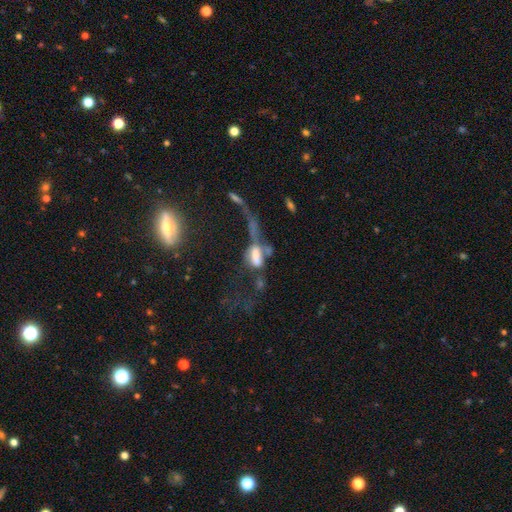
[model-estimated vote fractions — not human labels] The model was most divided on "merging": merger: 43%, major disturbance: 38%, none: 11%, minor disturbance: 8%. Remaining: smooth or featured — smooth (47%).